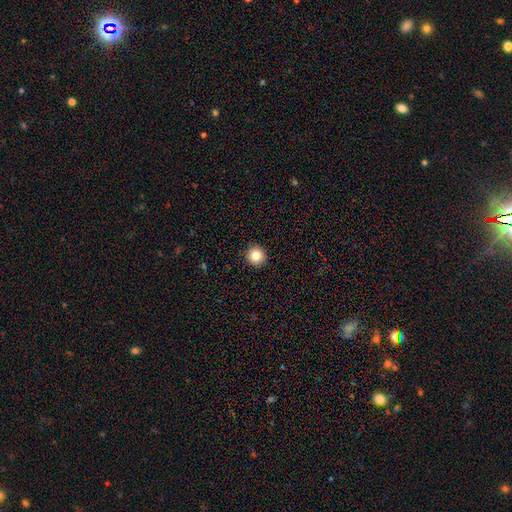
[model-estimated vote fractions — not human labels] The model was most divided on "smooth or featured": smooth: 83%, star or artifact: 11%, featured or disk: 6%. More confident: how rounded — round (95%); merging — none (92%).